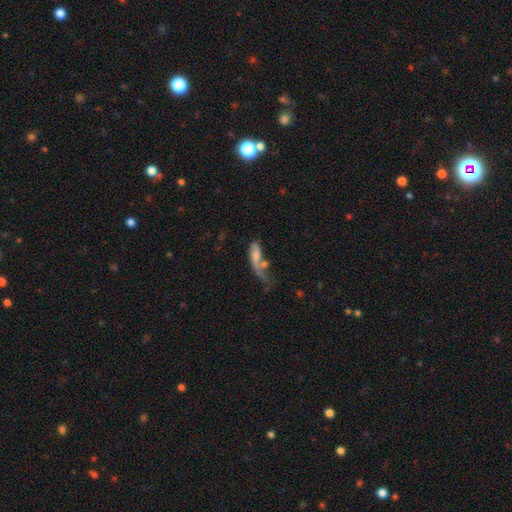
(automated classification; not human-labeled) Smooth or featured: smooth — 52% (featured or disk — 38%)
How rounded: in between — 51% (cigar-shaped — 46%)
Merging: merger — 34% (major disturbance — 30%)